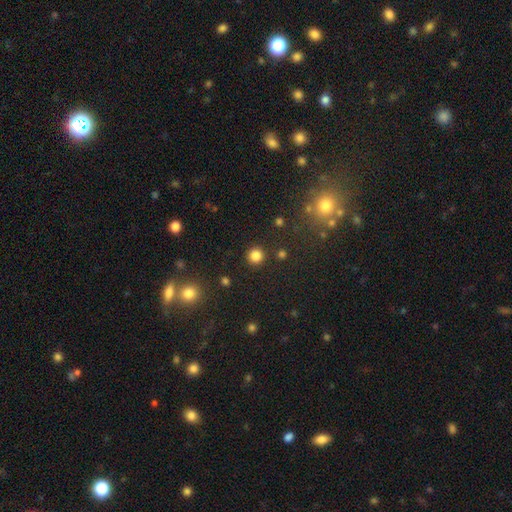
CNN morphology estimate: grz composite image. It shows a smooth galaxy with no disk features (83%) that is round (95%). Merging: none (91%).